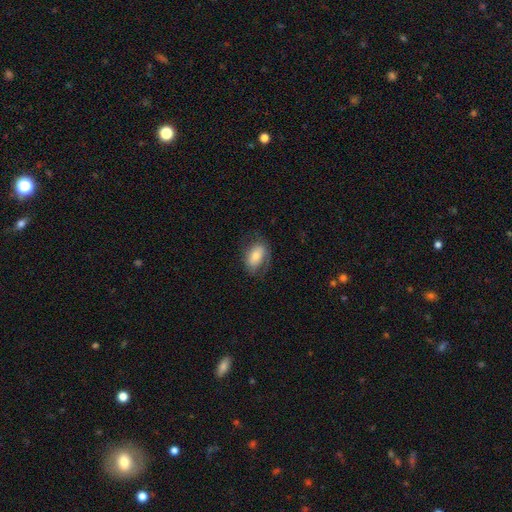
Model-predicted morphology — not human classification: smooth-or-featured: smooth: 63% | featured or disk: 29% | star or artifact: 8%
  how-rounded: in between: 86% | round: 11% | cigar-shaped: 2%
  merging: none: 65% | minor disturbance: 22% | major disturbance: 12% | merger: 1%